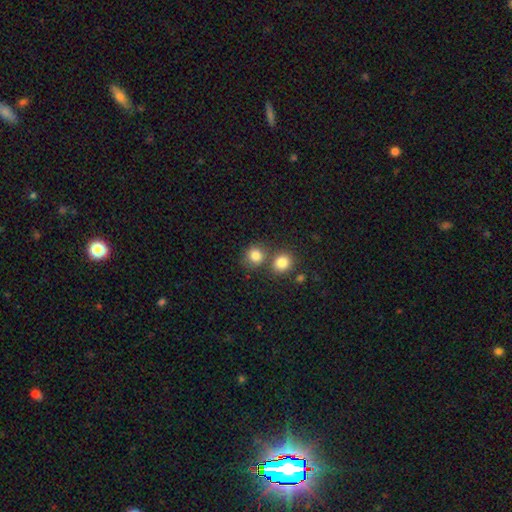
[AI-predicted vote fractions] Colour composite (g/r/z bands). It shows a smooth galaxy with no disk features (83%) that is round (84%). Merging: none (60%).